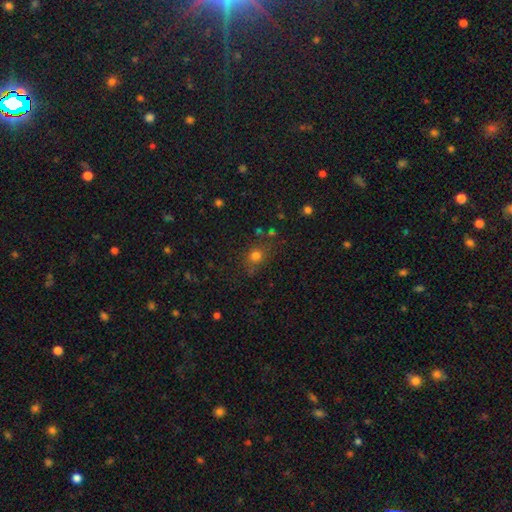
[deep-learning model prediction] Morphology: type=smooth (74%); roundness=round (76%); merging=none (74%).